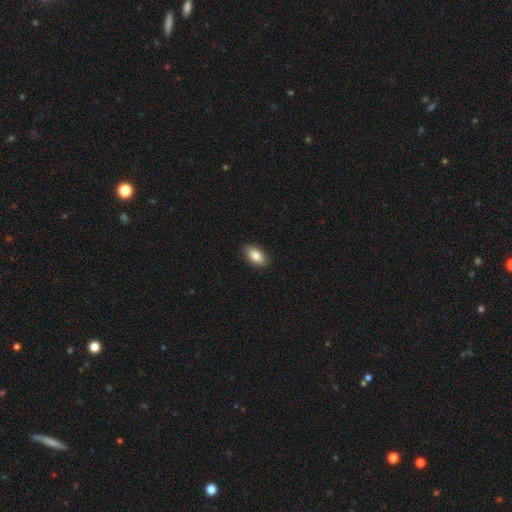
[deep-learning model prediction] Smooth or featured? Predicted: smooth (p=0.84). How rounded? Predicted: in between (p=0.92). Merging? Predicted: none (p=0.89).